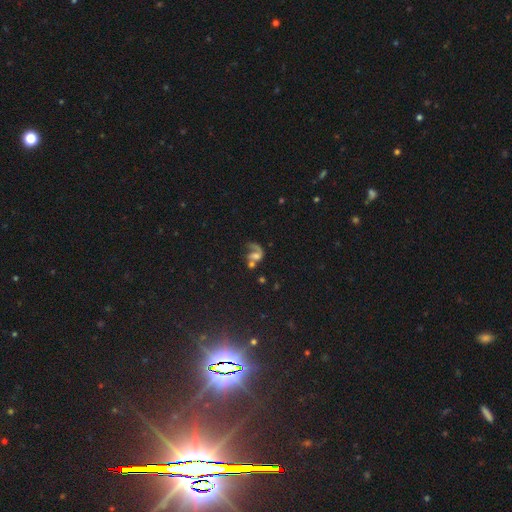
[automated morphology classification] Smooth or featured? featured or disk (57%)
Edge-on disk? no (97%)
Bar? no (68%)
Spiral arms? yes (74%)
Bulge size? moderate (33%)
Merging? merger (32%)